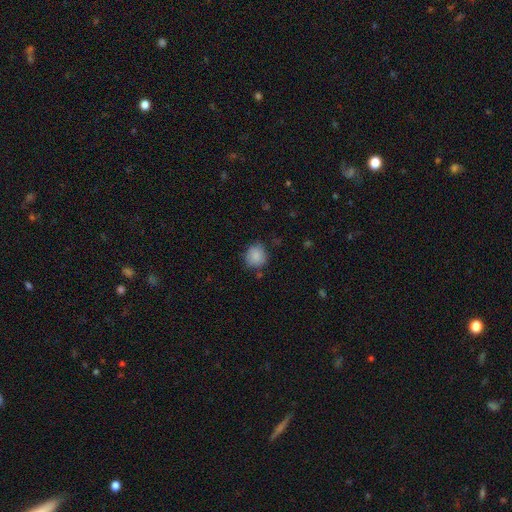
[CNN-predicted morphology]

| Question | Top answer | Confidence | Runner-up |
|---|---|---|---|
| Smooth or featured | smooth | 86% | star or artifact (8%) |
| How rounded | round | 79% | in between (20%) |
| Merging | none | 73% | minor disturbance (20%) |